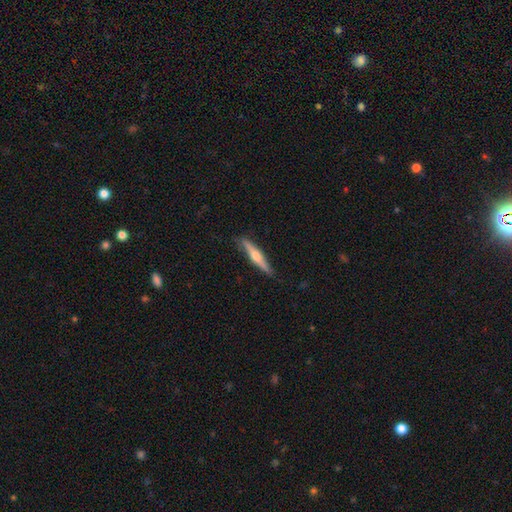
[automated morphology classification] A featured or disk galaxy (59%) viewed edge-on (96%) with a rounded central bulge (89%).

Vote fractions:
- Smooth or featured? featured or disk: 59% / smooth: 36% / star or artifact: 5%
- Edge-on disk? yes: 96% / no: 4%
- Edge-on bulge? rounded: 89% / none: 7% / boxy: 4%
- Merging? none: 85% / minor disturbance: 12% / major disturbance: 2% / merger: 1%